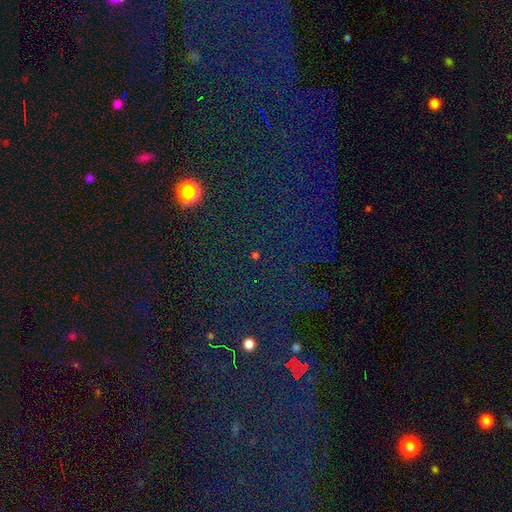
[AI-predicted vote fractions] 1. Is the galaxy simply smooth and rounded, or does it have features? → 71% star or artifact, 21% smooth, 9% featured or disk.